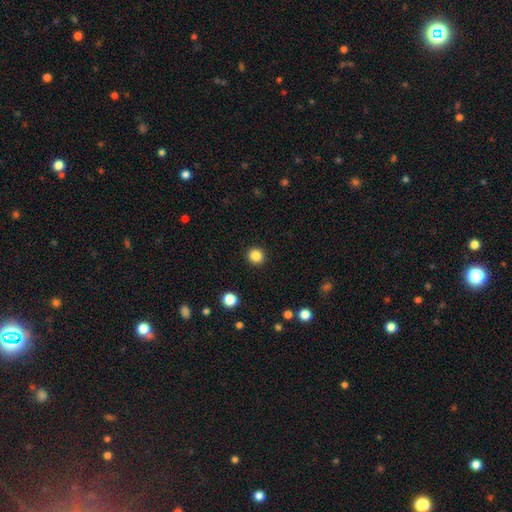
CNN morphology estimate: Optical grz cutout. It shows a smooth galaxy with no disk features (86%) that is round (91%). Merging: none (93%).